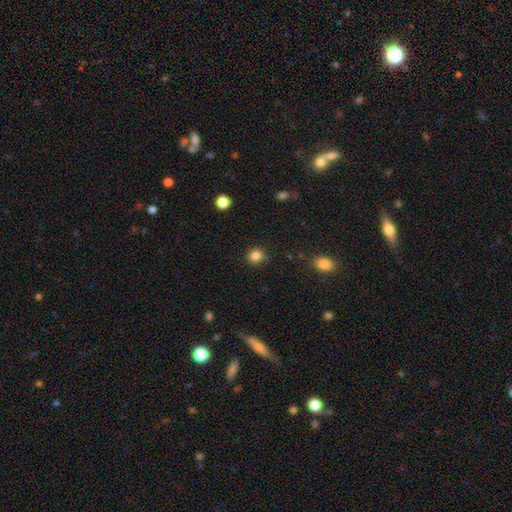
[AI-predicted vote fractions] The model was most divided on "smooth or featured": smooth: 84%, star or artifact: 12%, featured or disk: 4%. More confident: how rounded — round (90%); merging — none (89%).